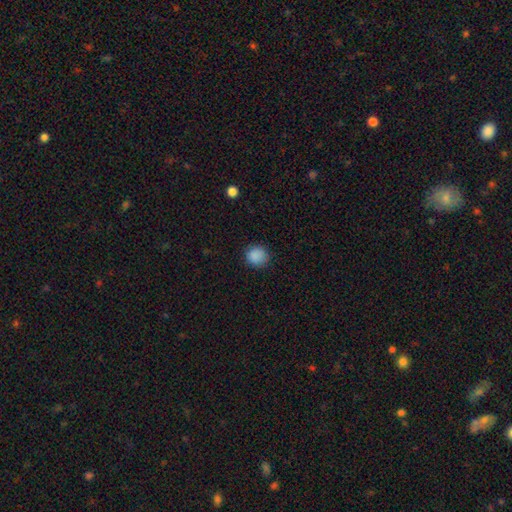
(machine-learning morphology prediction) This appears to be a smooth galaxy with no disk features (87%) that is round (89%). Merging: none (85%).